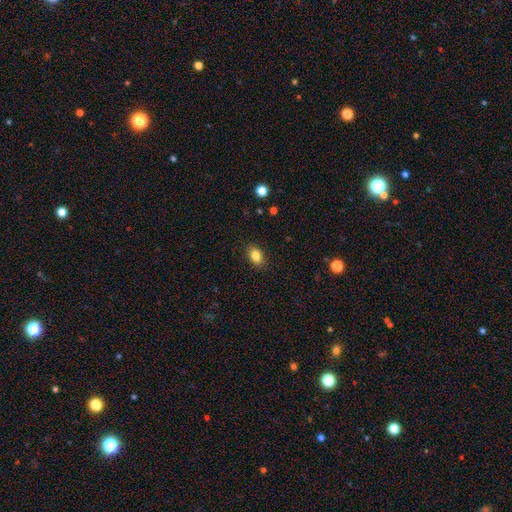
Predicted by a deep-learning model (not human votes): The model was most divided on "how rounded": in between: 78%, round: 21%, cigar-shaped: 1%. More confident: merging — none (88%); smooth or featured — smooth (84%).